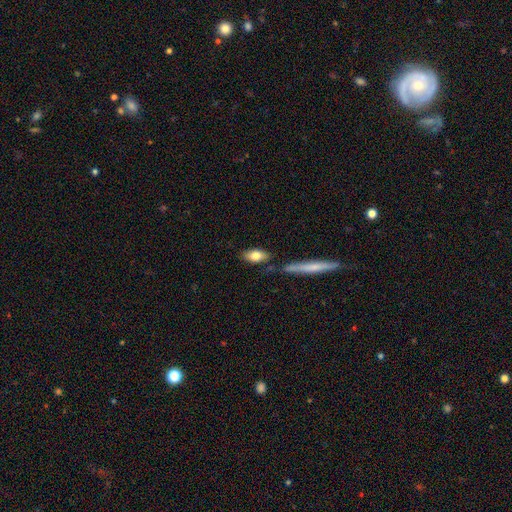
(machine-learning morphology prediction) This appears to be a smooth galaxy with no disk features (76%) that is in between round and cigar-shaped (82%). Merging: none (74%).